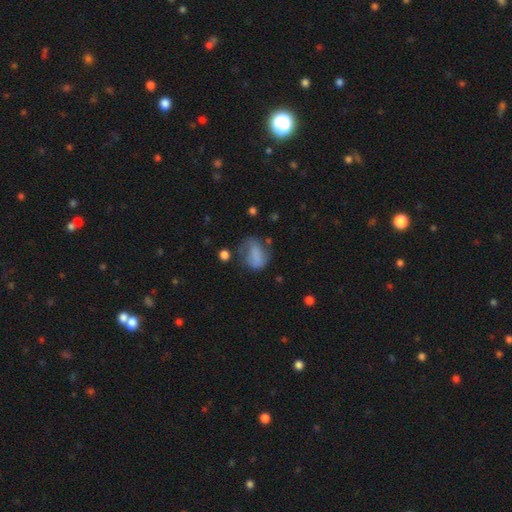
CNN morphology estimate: The model was most divided on "merging": none: 39%, minor disturbance: 30%, major disturbance: 27%, merger: 4%. More confident: how rounded — in between (66%); smooth or featured — smooth (62%).